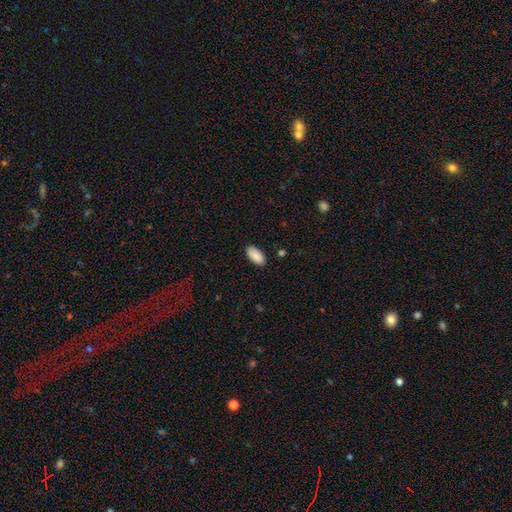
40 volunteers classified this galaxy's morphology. type=smooth (92%); roundness=in between (86%); merging=none (92%).